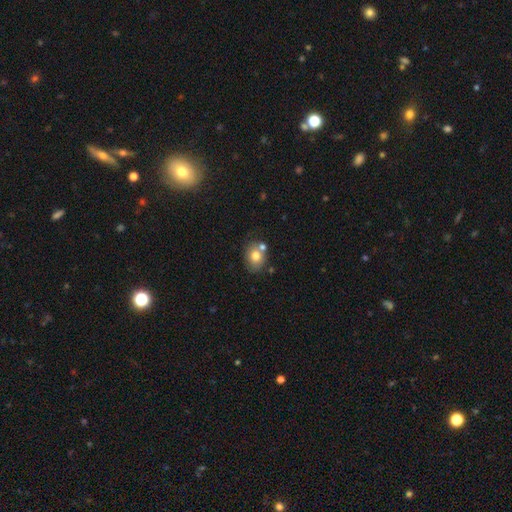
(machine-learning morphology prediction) Q: Smooth or featured?
A: smooth (75%); runner-up: featured or disk (15%)
Q: How rounded?
A: in between (50%); runner-up: round (49%)
Q: Merging?
A: none (60%); runner-up: merger (22%)